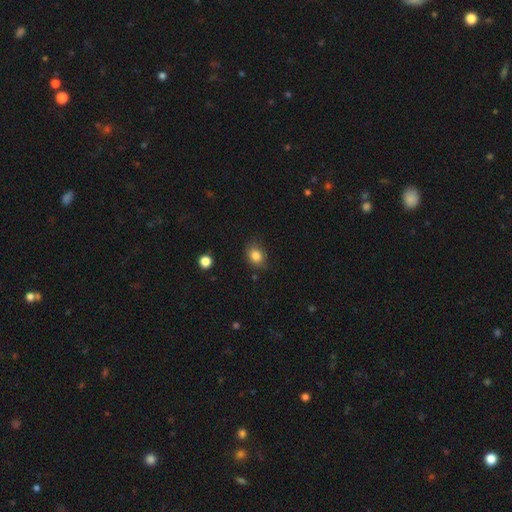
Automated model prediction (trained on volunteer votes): Smooth or featured? Predicted: smooth (p=0.83). How rounded? Predicted: in between (p=0.53). Merging? Predicted: none (p=0.77).